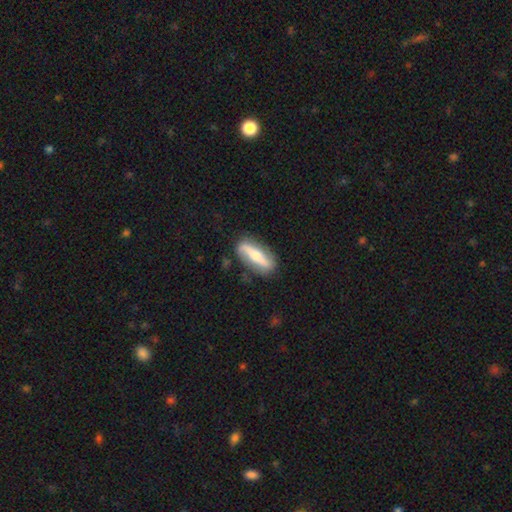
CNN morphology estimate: Smooth or featured: featured or disk — 59% (smooth — 36%)
Edge-on disk: yes — 55% (no — 45%)
Merging: none — 81% (minor disturbance — 13%)